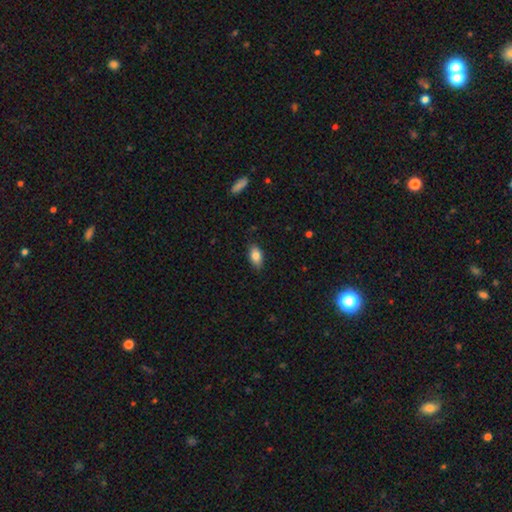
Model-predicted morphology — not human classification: Smooth or featured? Predicted: smooth (p=0.82). How rounded? Predicted: in between (p=0.90). Merging? Predicted: none (p=0.85).